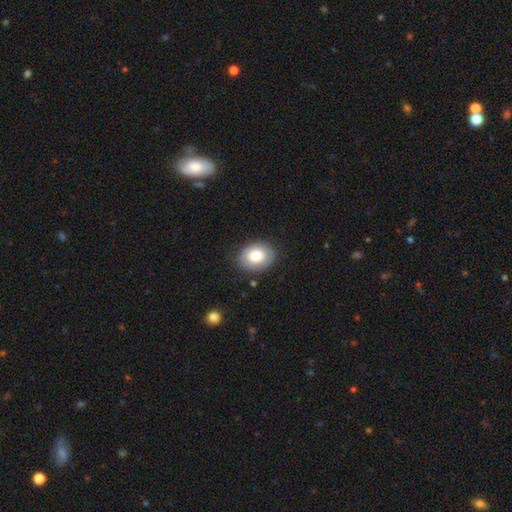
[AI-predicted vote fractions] Smooth or featured? smooth (79%)
How rounded? in between (68%)
Merging? none (83%)